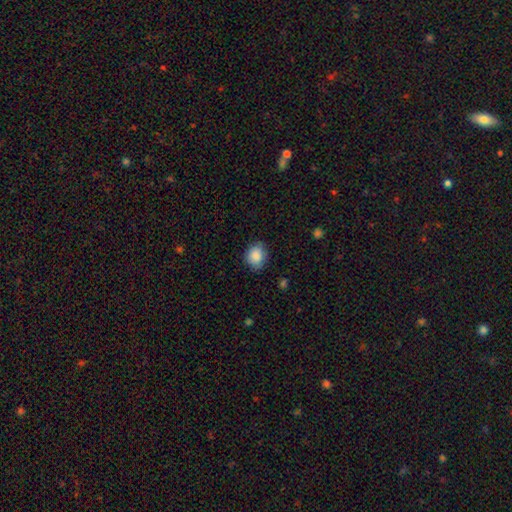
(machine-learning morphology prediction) Smooth or featured?
  - smooth: 87% *
  - star or artifact: 8%
  - featured or disk: 5%
How rounded?
  - round: 68% *
  - in between: 31%
  - cigar-shaped: 1%
Merging?
  - none: 81% *
  - minor disturbance: 15%
  - major disturbance: 3%
  - merger: 1%